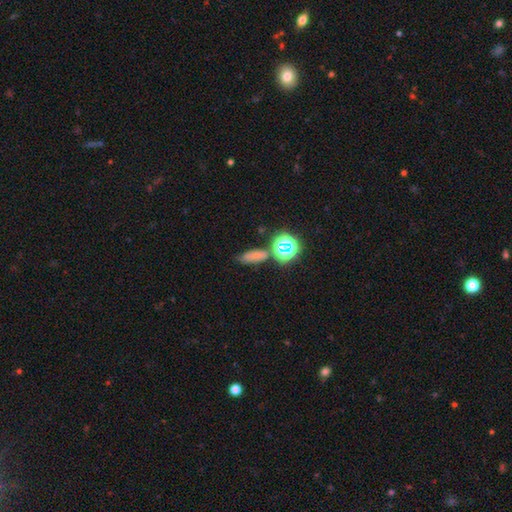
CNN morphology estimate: Smooth or featured? Predicted: smooth (p=0.59). How rounded? Predicted: in between (p=0.71). Merging? Predicted: none (p=0.62).